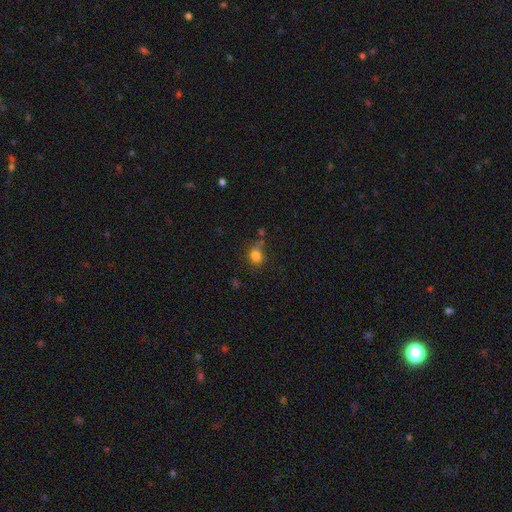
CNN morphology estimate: This is likely a smooth galaxy (79%). How rounded: likely round (66%). Merging: possibly none (56%).